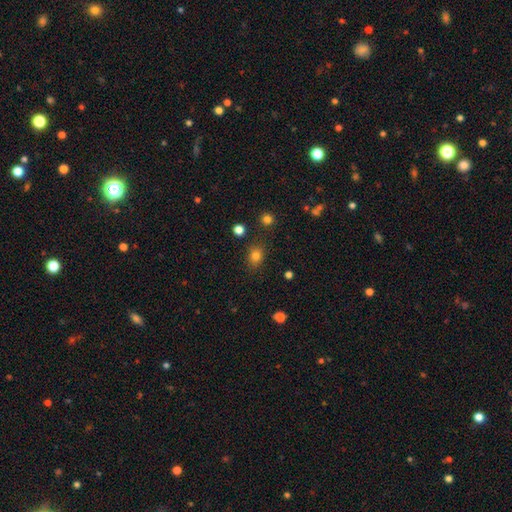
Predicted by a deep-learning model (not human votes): Smooth or featured? Predicted: smooth (p=0.80). How rounded? Predicted: round (p=0.50). Merging? Predicted: none (p=0.82).